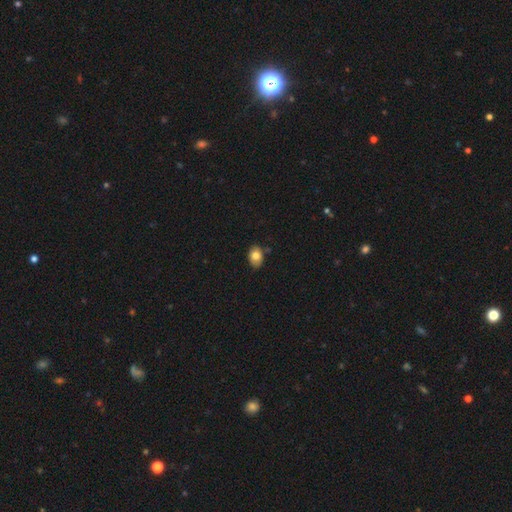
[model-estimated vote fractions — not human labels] smooth 81%, featured or disk 10%, star or artifact 8%. Down the decision tree: how rounded — in between (77%); merging — none (78%).